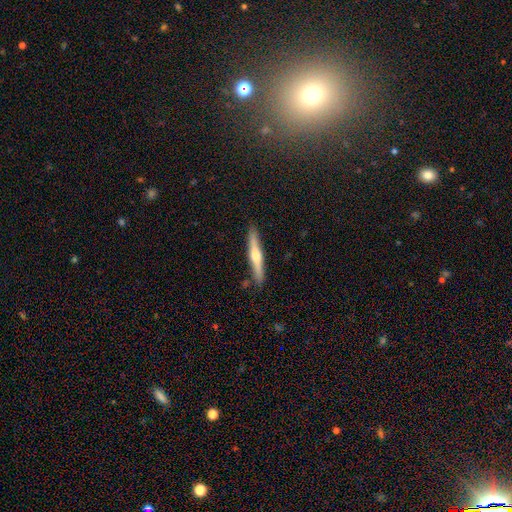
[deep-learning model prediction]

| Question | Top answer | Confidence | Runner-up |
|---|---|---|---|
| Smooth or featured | featured or disk | 63% | smooth (32%) |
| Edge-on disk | yes | 97% | no (3%) |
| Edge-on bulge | rounded | 90% | none (6%) |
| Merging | none | 88% | minor disturbance (8%) |